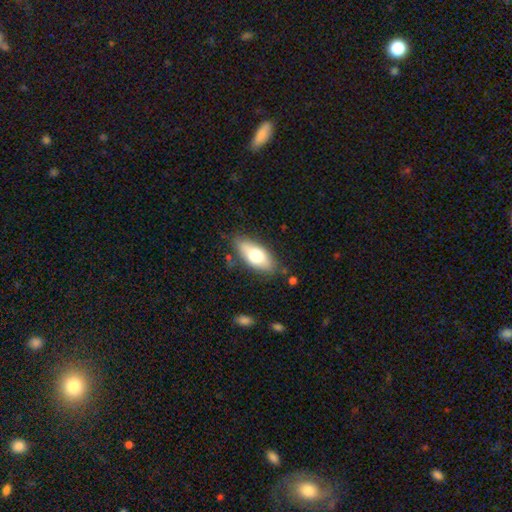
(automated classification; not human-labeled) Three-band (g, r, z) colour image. It shows a smooth galaxy with no disk features (70%) that is in between round and cigar-shaped (83%). Merging: none (78%).